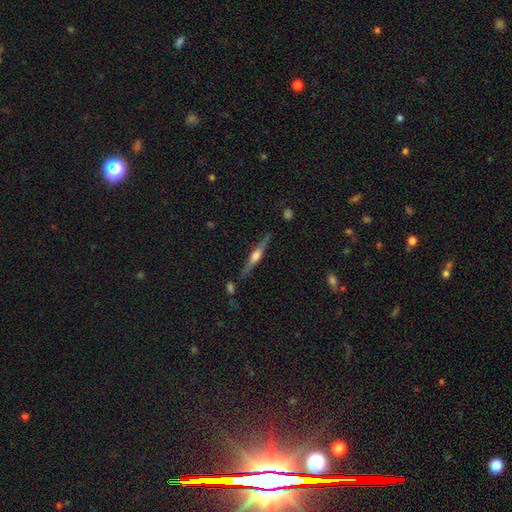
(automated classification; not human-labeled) Morphology: type=featured or disk (68%); edge-on=yes (97%); edge-on bulge=rounded (79%); merging=none (82%).